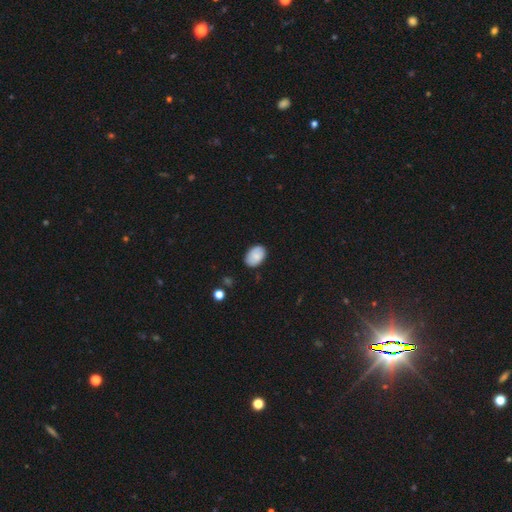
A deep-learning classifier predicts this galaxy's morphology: smooth_or_featured: smooth (p=0.85) [alt: featured or disk p=0.08]
how_rounded: in between (p=0.87) [alt: round p=0.12]
merging: none (p=0.83) [alt: minor disturbance p=0.14]